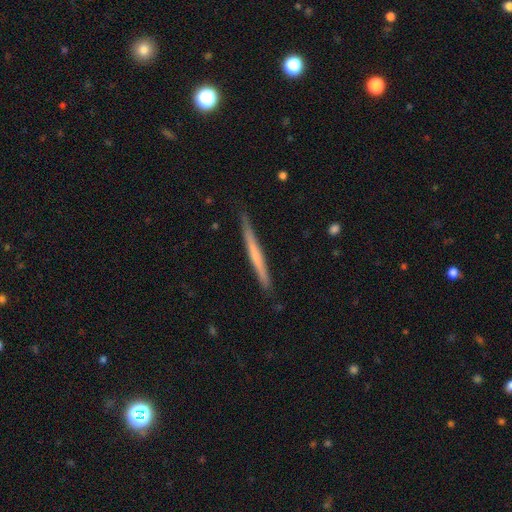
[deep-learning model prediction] smooth_or_featured: featured or disk (p=0.49) [alt: smooth p=0.45]
merging: none (p=0.88) [alt: minor disturbance p=0.09]